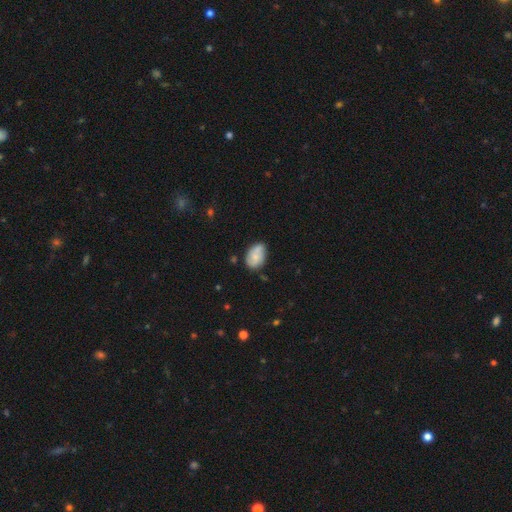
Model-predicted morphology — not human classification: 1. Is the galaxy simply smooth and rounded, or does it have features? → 64% smooth, 29% featured or disk, 8% star or artifact.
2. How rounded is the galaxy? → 86% in between, 13% round, 1% cigar-shaped.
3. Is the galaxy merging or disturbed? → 65% none, 25% minor disturbance, 5% major disturbance, 4% merger.